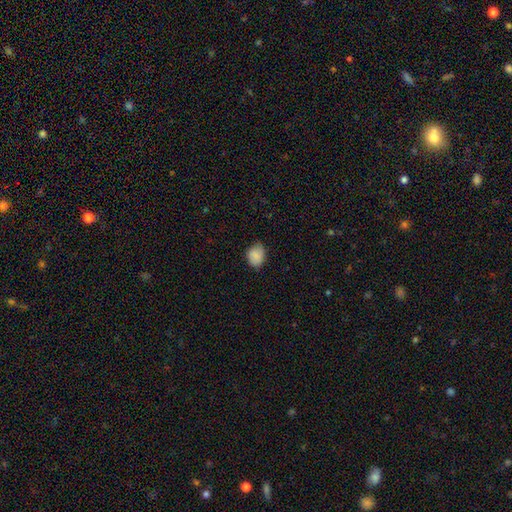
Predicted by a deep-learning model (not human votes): Morphology: type=smooth (86%); roundness=in between (60%); merging=none (72%).